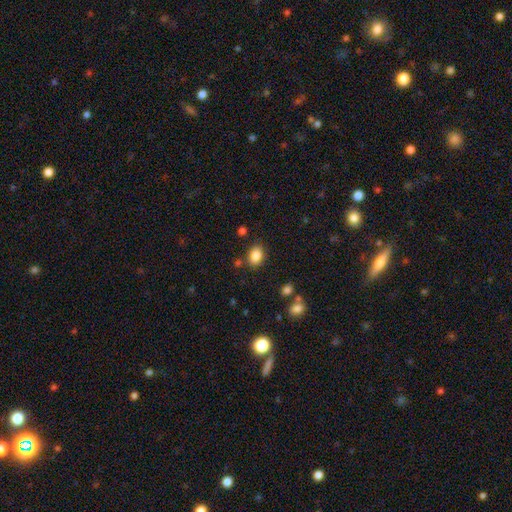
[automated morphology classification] type=smooth (85%); roundness=in between (72%); merging=none (82%).